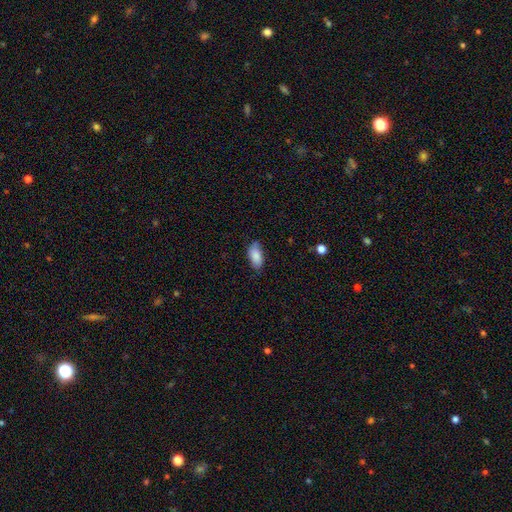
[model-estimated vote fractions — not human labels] This appears to be a smooth galaxy with no disk features (86%) that is in between round and cigar-shaped (92%). Merging: none (76%).